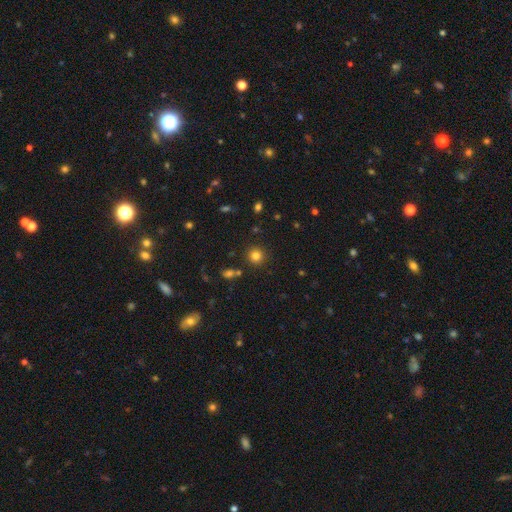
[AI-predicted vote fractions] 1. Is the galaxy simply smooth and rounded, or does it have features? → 80% smooth, 14% star or artifact, 5% featured or disk.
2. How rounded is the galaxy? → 93% round, 6% in between, 1% cigar-shaped.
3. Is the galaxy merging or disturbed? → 87% none, 6% minor disturbance, 4% merger, 3% major disturbance.